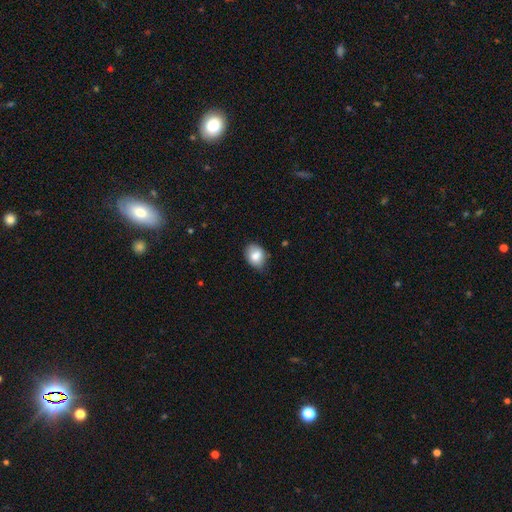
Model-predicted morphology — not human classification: Q: Smooth or featured?
A: smooth (83%); runner-up: featured or disk (9%)
Q: How rounded?
A: in between (63%); runner-up: round (36%)
Q: Merging?
A: none (65%); runner-up: minor disturbance (28%)